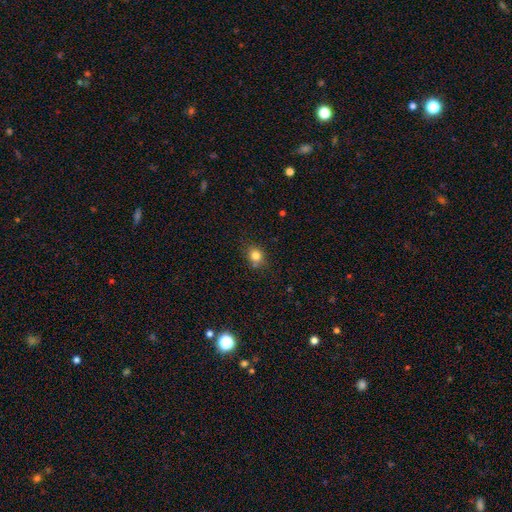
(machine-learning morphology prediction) smooth_or_featured: smooth (p=0.82) [alt: star or artifact p=0.12]
how_rounded: round (p=0.65) [alt: in between p=0.33]
merging: none (p=0.76) [alt: minor disturbance p=0.16]